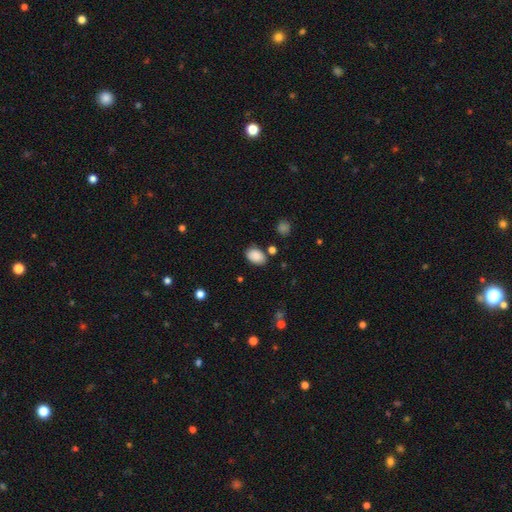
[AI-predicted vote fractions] smooth_or_featured: smooth (p=0.87) [alt: star or artifact p=0.08]
how_rounded: in between (p=0.86) [alt: round p=0.13]
merging: none (p=0.78) [alt: minor disturbance p=0.14]